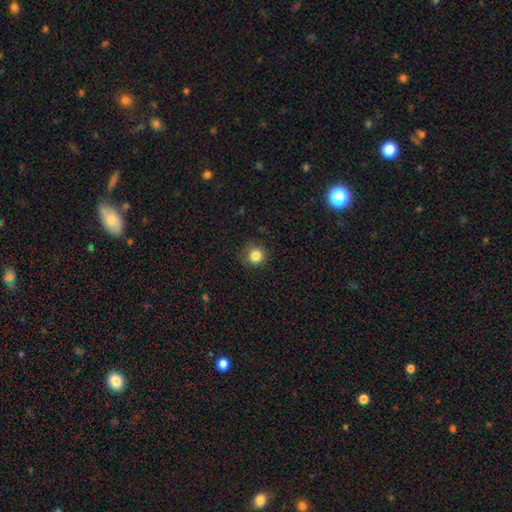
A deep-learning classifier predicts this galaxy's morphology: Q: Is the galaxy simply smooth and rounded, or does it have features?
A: smooth — 84%.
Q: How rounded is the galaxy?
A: round — 93%.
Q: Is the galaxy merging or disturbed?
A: none — 85%.